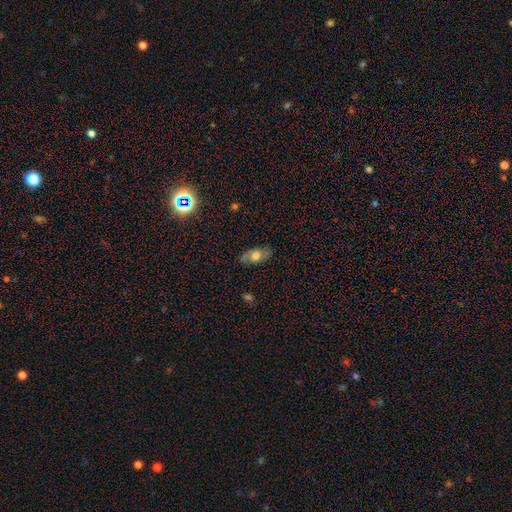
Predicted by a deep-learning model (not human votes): smooth-or-featured: smooth: 59% | featured or disk: 31% | star or artifact: 9%
  how-rounded: in between: 86% | cigar-shaped: 8% | round: 6%
  merging: none: 78% | minor disturbance: 17% | major disturbance: 4% | merger: 1%